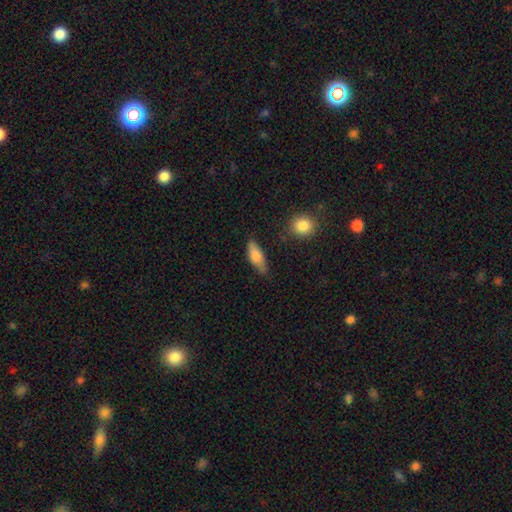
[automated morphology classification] A smooth galaxy with no disk features (78%) that is in between round and cigar-shaped (65%).

Vote fractions:
- Smooth or featured? smooth: 78% / featured or disk: 16% / star or artifact: 6%
- How rounded? in between: 65% / cigar-shaped: 32% / round: 3%
- Merging? none: 72% / minor disturbance: 20% / major disturbance: 4% / merger: 3%